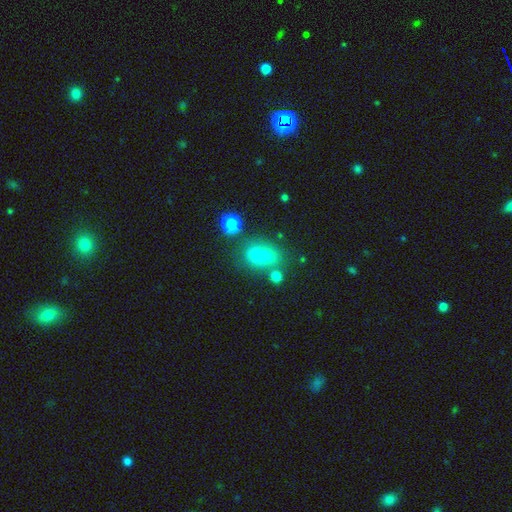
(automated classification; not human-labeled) Smooth or featured? smooth (64%)
How rounded? round (66%)
Merging? merger (50%)